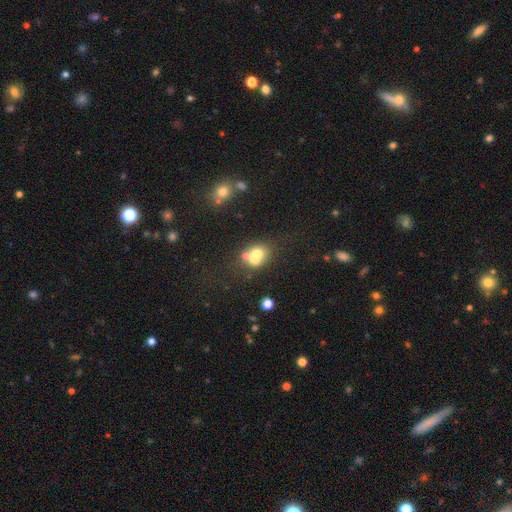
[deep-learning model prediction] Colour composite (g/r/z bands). It shows a smooth galaxy with no disk features (62%) that is round (57%). Merging: merger (52%).